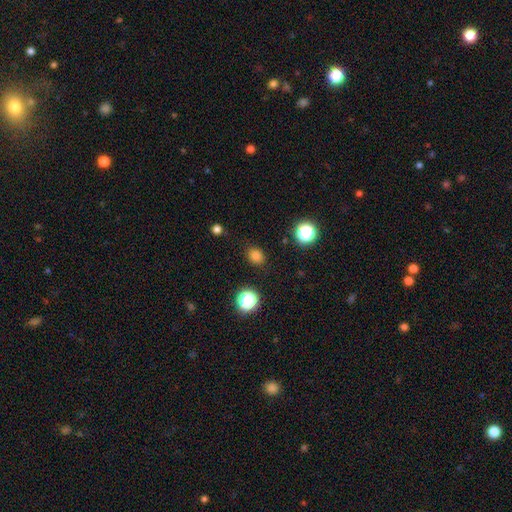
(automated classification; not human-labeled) Overall: smooth (80%). How rounded: round (60%; in between 39%). Merging: none (86%).